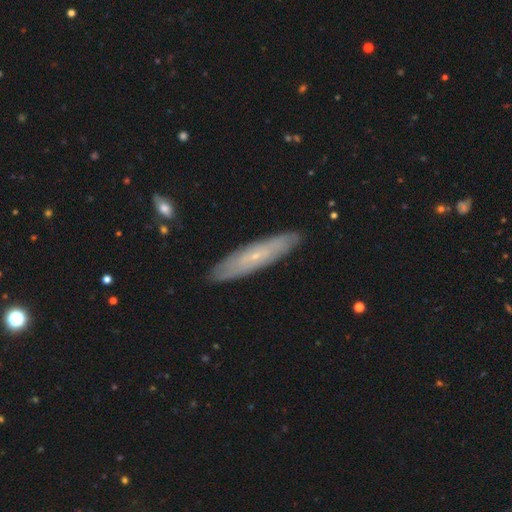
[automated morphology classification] Q: Smooth or featured?
A: featured or disk (59%); runner-up: smooth (35%)
Q: Edge-on disk?
A: no (50%); tied with: yes (50%)
Q: Merging?
A: none (88%); runner-up: minor disturbance (9%)